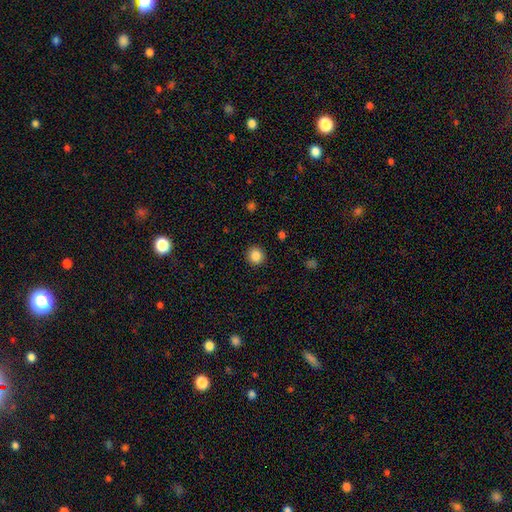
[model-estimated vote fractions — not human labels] Smooth or featured?
  - smooth: 86% *
  - star or artifact: 10%
  - featured or disk: 4%
How rounded?
  - round: 93% *
  - in between: 6%
  - cigar-shaped: 1%
Merging?
  - none: 92% *
  - minor disturbance: 5%
  - major disturbance: 2%
  - merger: 1%